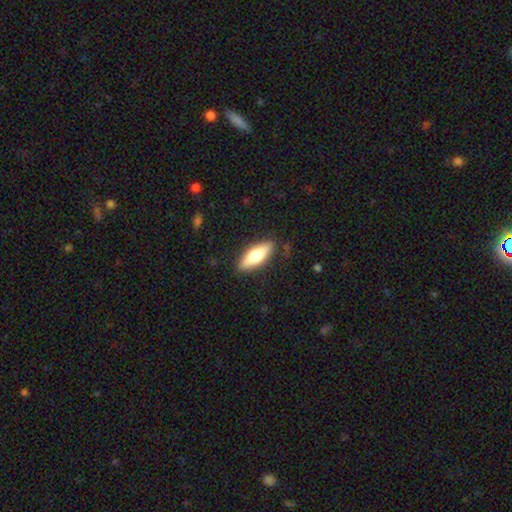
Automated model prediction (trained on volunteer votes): Q: Smooth or featured?
A: smooth (66%); runner-up: featured or disk (28%)
Q: How rounded?
A: in between (58%); runner-up: cigar-shaped (40%)
Q: Merging?
A: none (85%); runner-up: minor disturbance (11%)